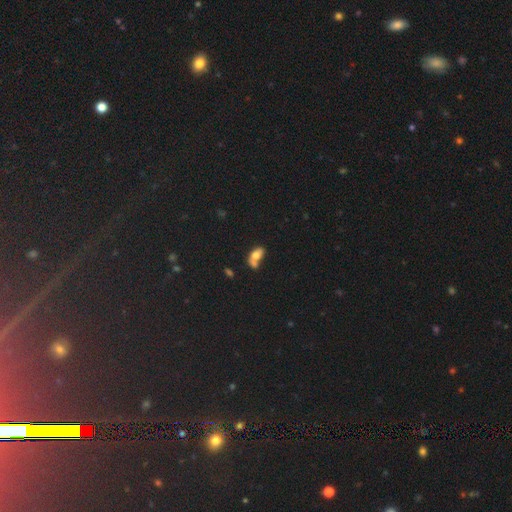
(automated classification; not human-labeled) smooth-or-featured: smooth: 71% | featured or disk: 19% | star or artifact: 11%
  how-rounded: in between: 86% | round: 10% | cigar-shaped: 4%
  merging: merger: 49% | none: 26% | minor disturbance: 14% | major disturbance: 10%